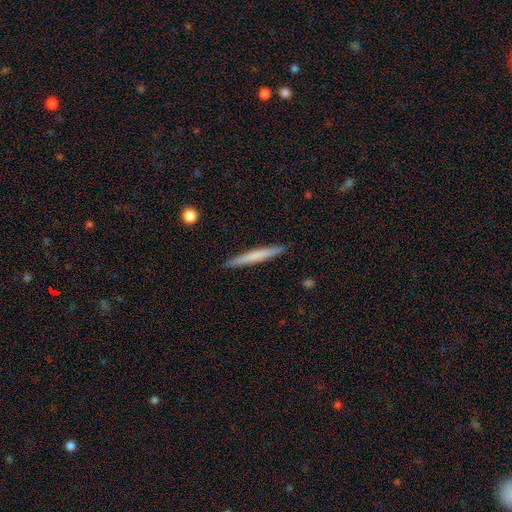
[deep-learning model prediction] Morphology: type=smooth (63%); roundness=cigar-shaped (97%); merging=none (91%).